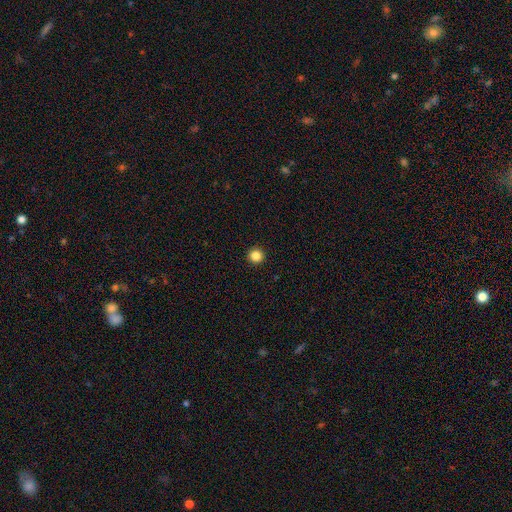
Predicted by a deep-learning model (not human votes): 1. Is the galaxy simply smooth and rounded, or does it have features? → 85% smooth, 11% star or artifact, 3% featured or disk.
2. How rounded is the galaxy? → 96% round, 3% in between, 1% cigar-shaped.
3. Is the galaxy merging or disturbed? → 94% none, 4% minor disturbance, 1% major disturbance, 1% merger.